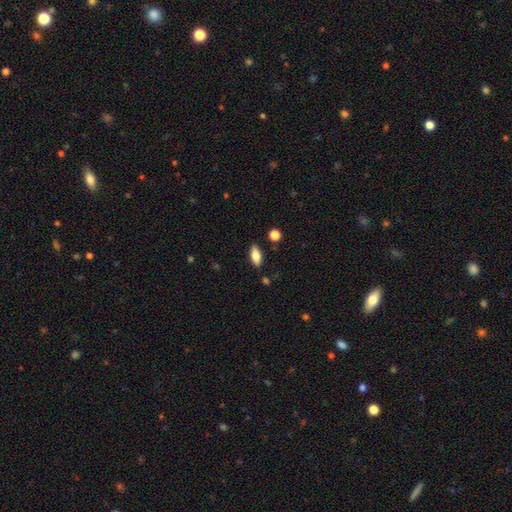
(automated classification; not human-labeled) Smooth or featured? smooth (78%)
How rounded? in between (84%)
Merging? none (86%)